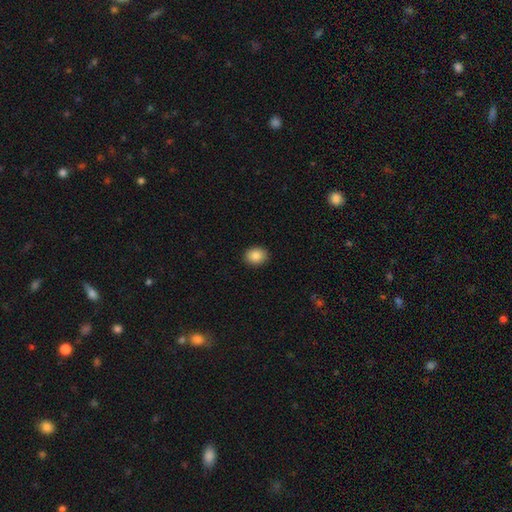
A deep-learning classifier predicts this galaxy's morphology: smooth_or_featured: smooth (p=0.87) [alt: star or artifact p=0.08]
how_rounded: round (p=0.54) [alt: in between p=0.45]
merging: none (p=0.91) [alt: minor disturbance p=0.06]